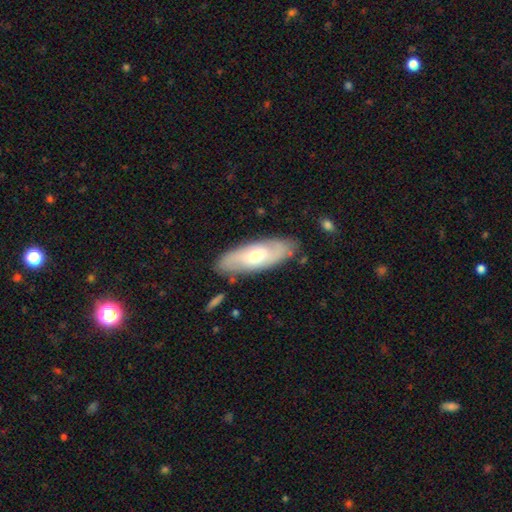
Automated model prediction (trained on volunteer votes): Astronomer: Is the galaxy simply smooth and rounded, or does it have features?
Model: featured or disk — 54% (runner-up: smooth, 40%).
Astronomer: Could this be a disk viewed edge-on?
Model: no — 78%.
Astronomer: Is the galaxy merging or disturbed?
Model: none — 81%.